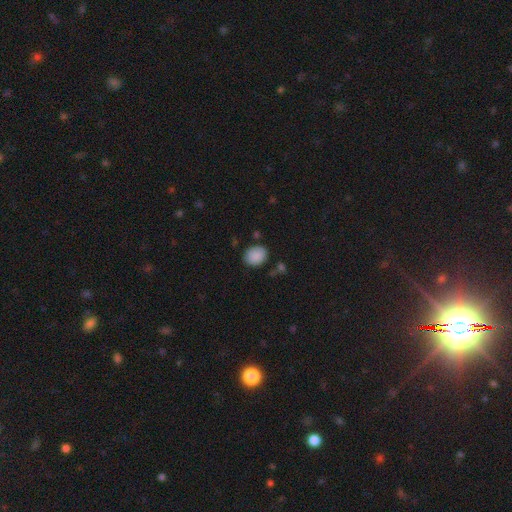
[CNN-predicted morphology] Overall: smooth (88%). How rounded: round (54%; in between 45%). Merging: none (80%).